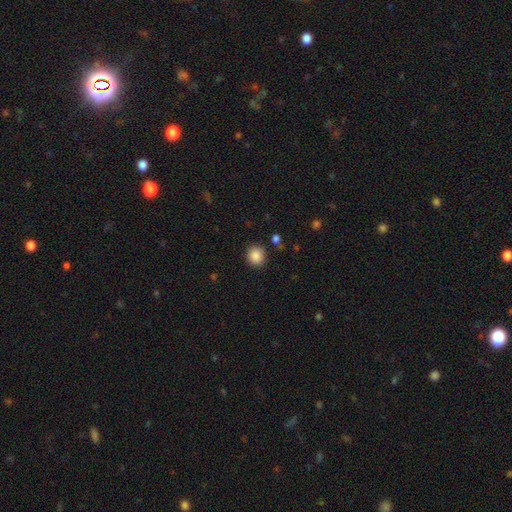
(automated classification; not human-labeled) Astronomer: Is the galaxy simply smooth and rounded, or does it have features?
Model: smooth — 87%.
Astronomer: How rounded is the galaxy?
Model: round — 86%.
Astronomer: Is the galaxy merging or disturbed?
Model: none — 88%.